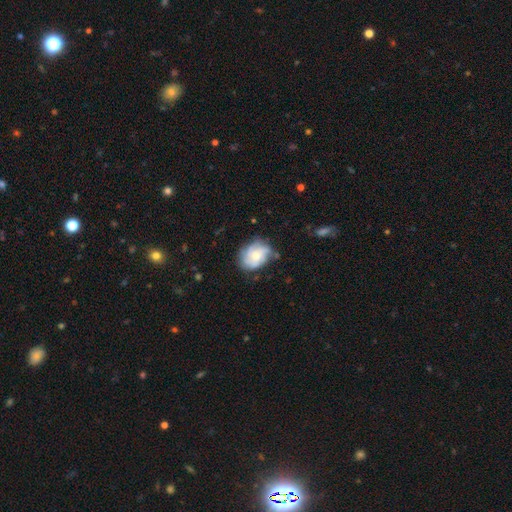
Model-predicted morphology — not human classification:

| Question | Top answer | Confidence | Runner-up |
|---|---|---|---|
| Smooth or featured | featured or disk | 54% | smooth (38%) |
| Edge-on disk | no | 97% | yes (3%) |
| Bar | no | 76% | weak (21%) |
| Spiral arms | yes | 81% | no (19%) |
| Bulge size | moderate | 43% | small (40%) |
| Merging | none | 60% | minor disturbance (27%) |